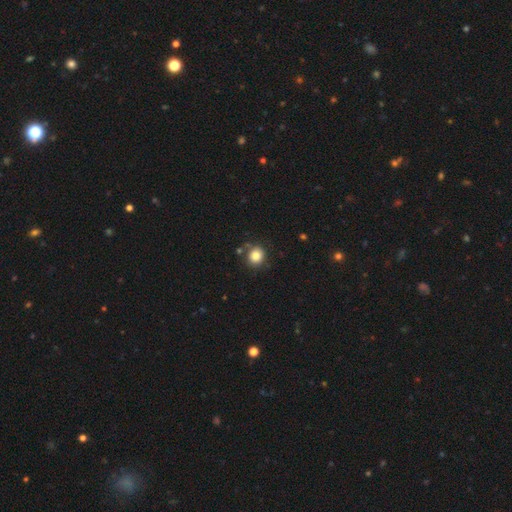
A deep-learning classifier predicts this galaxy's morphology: Smooth or featured?
  - smooth: 83% *
  - star or artifact: 11%
  - featured or disk: 6%
How rounded?
  - round: 86% *
  - in between: 13%
  - cigar-shaped: 1%
Merging?
  - none: 79% *
  - minor disturbance: 12%
  - merger: 6%
  - major disturbance: 4%